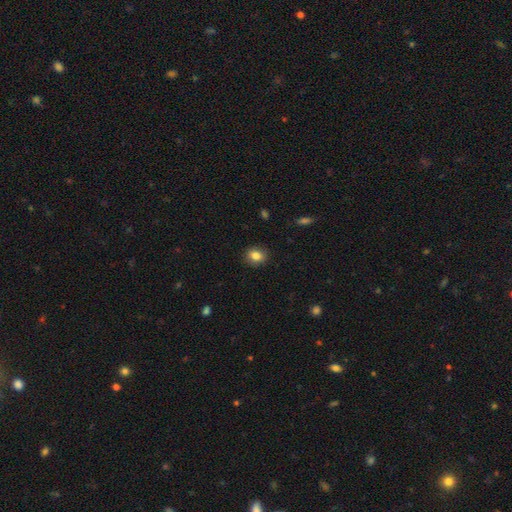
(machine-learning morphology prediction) Smooth or featured: smooth — 84% (star or artifact — 10%)
How rounded: round — 60% (in between — 39%)
Merging: none — 89% (minor disturbance — 8%)